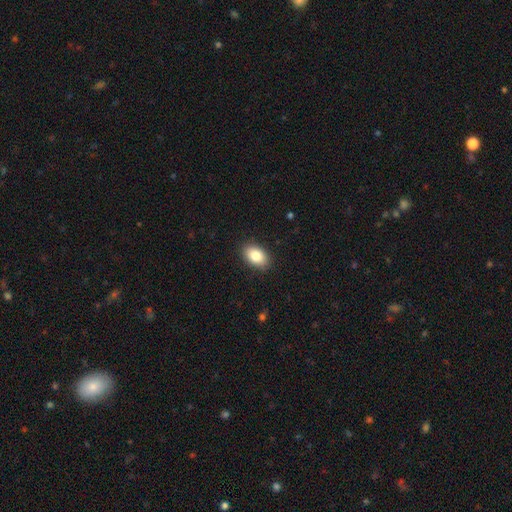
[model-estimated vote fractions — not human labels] Smooth or featured? smooth (84%)
How rounded? in between (88%)
Merging? none (89%)